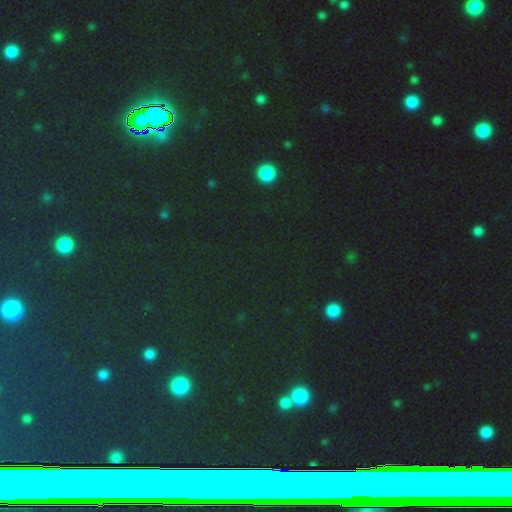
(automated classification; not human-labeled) Q: Smooth or featured?
A: star or artifact (74%); runner-up: smooth (15%)